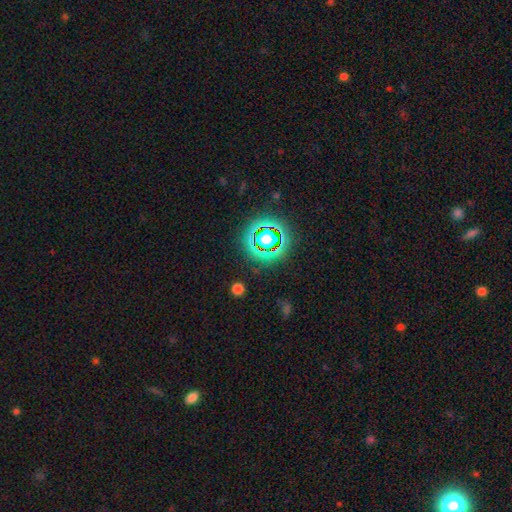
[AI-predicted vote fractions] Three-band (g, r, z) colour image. It shows a star or artifact, not a galaxy (74%).